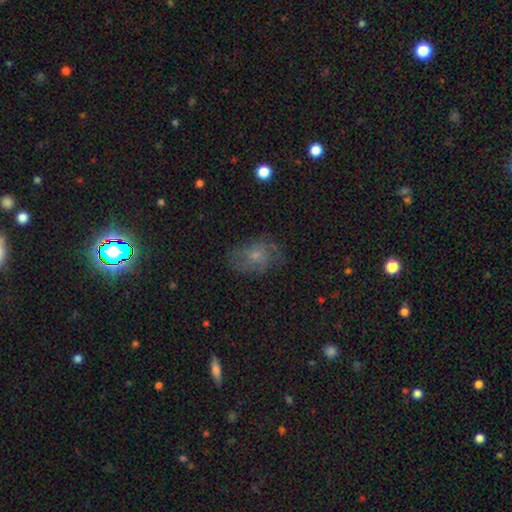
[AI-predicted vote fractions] Smooth or featured? Predicted: smooth (p=0.58). How rounded? Predicted: in between (p=0.69). Merging? Predicted: none (p=0.59).